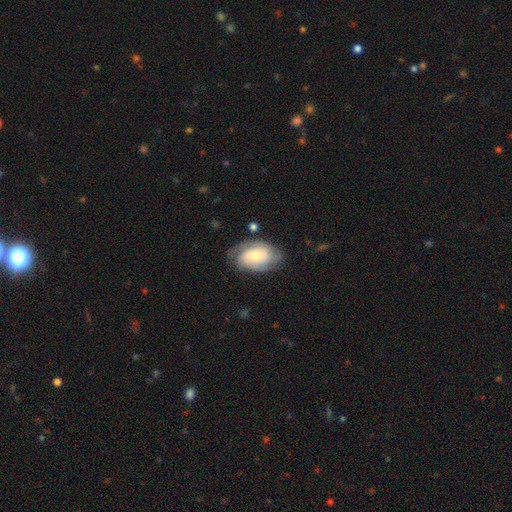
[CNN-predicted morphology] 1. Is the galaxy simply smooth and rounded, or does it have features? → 58% featured or disk, 36% smooth, 6% star or artifact.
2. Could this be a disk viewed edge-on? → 96% no, 4% yes.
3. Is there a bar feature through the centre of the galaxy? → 71% no, 24% weak, 4% strong.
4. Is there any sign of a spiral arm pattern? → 85% yes, 15% no.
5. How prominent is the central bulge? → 48% moderate, 42% small, 6% large, 2% none, 1% dominant.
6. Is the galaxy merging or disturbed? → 64% none, 25% minor disturbance, 9% major disturbance, 2% merger.